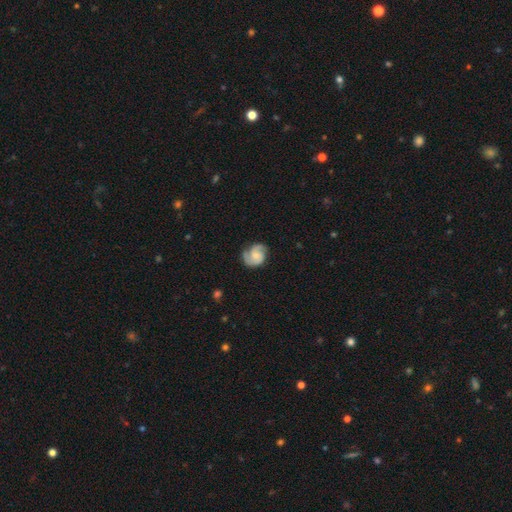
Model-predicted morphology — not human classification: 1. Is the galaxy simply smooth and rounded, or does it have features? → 78% featured or disk, 16% smooth, 6% star or artifact.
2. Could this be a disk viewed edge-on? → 98% no, 2% yes.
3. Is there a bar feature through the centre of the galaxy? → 63% no, 32% weak, 5% strong.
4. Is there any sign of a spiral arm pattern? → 97% yes, 3% no.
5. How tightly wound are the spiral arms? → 46% medium, 41% tight, 13% loose.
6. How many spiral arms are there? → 82% 2, 6% 3, 6% can't tell, 4% 1, 1% 4, 1% more than 4.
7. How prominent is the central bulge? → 48% small, 36% moderate, 11% none, 3% large, 1% dominant.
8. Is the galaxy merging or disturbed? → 72% none, 20% minor disturbance, 6% major disturbance, 1% merger.